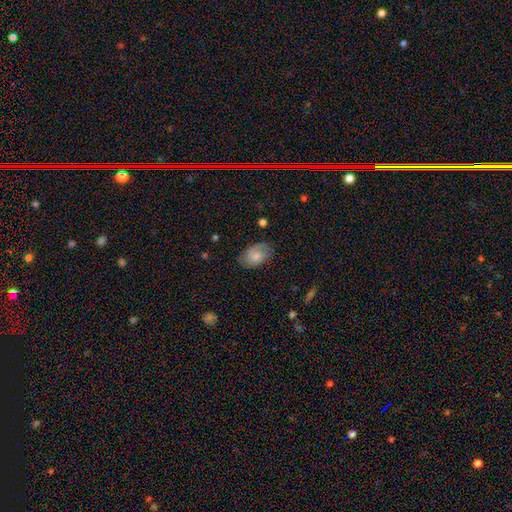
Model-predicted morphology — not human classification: Smooth or featured: smooth — 62% (featured or disk — 30%)
How rounded: in between — 88% (round — 11%)
Merging: none — 73% (minor disturbance — 20%)